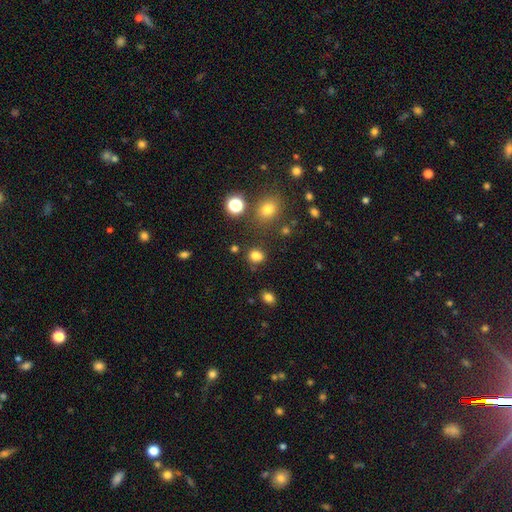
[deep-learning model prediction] smooth 79%, star or artifact 16%, featured or disk 5%. Down the decision tree: how rounded — round (62%); merging — none (77%).